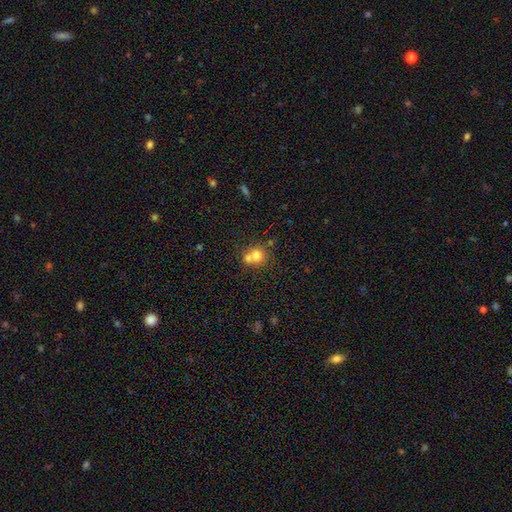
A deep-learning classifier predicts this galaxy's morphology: A smooth galaxy with no disk features (72%) that is round (81%).

Vote fractions:
- Smooth or featured? smooth: 72% / featured or disk: 16% / star or artifact: 12%
- How rounded? round: 81% / in between: 18% / cigar-shaped: 1%
- Merging? merger: 55% / none: 35% / minor disturbance: 7% / major disturbance: 3%